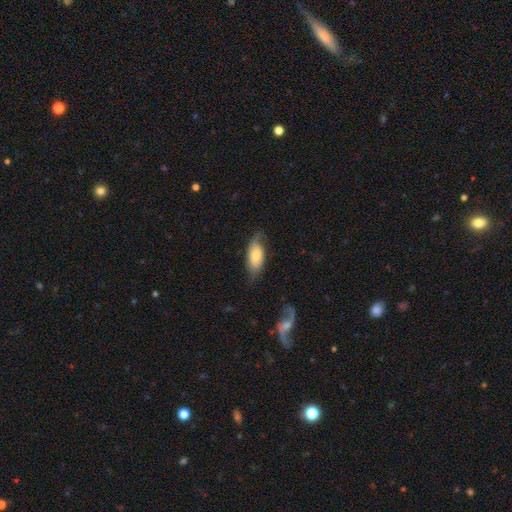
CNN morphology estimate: Overall: smooth (58%; featured or disk 36%). How rounded: in between (88%). Merging: none (60%; minor disturbance 27%).